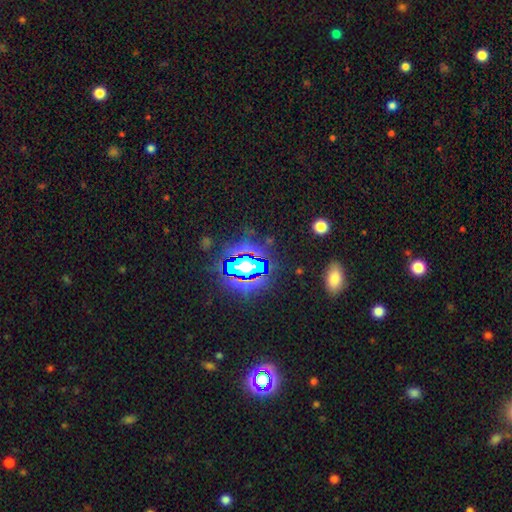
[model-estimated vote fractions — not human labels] Q: Smooth or featured?
A: star or artifact (80%); runner-up: smooth (12%)